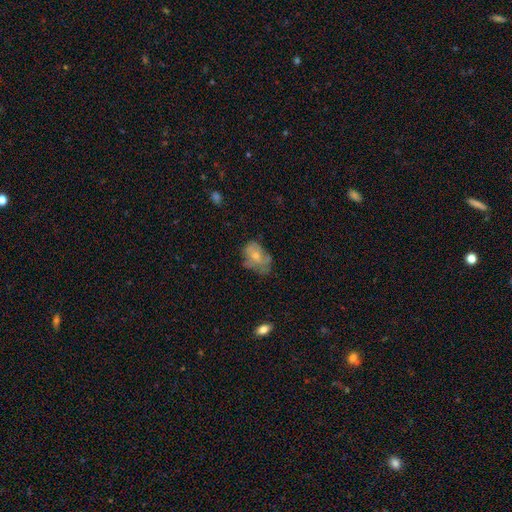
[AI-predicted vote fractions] Smooth or featured? smooth (51%)
How rounded? in between (78%)
Merging? none (37%)